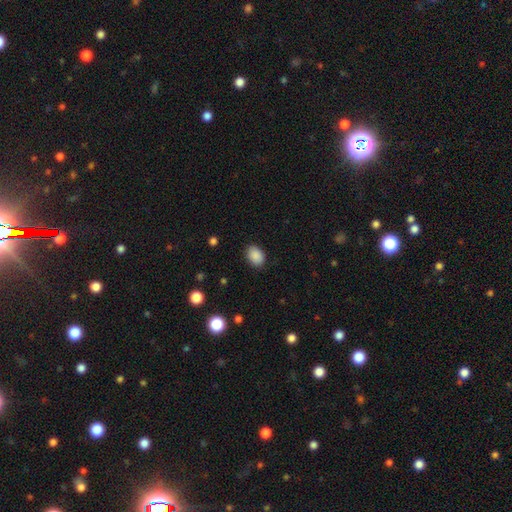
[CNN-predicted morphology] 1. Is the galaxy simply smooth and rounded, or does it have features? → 88% smooth, 8% star or artifact, 3% featured or disk.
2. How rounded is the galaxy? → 73% in between, 26% round, 1% cigar-shaped.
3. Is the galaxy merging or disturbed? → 85% none, 11% minor disturbance, 3% major disturbance, 1% merger.